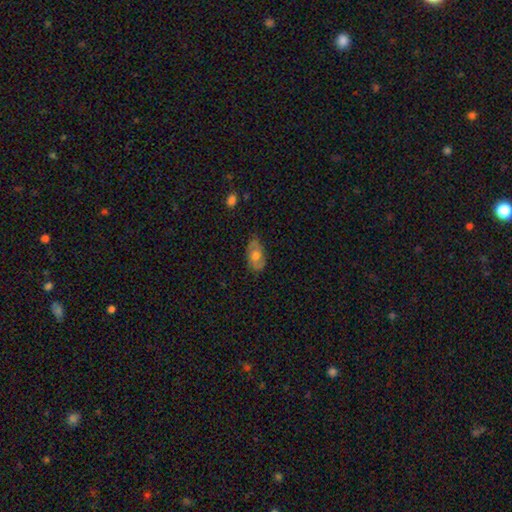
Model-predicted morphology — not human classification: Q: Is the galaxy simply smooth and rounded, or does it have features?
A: smooth — 49%.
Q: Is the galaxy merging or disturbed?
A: none — 73%.